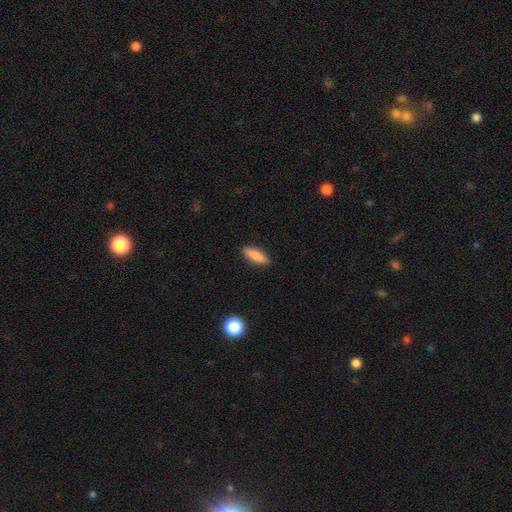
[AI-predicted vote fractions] Overall: smooth (86%). How rounded: in between (53%; cigar-shaped 45%). Merging: none (89%).